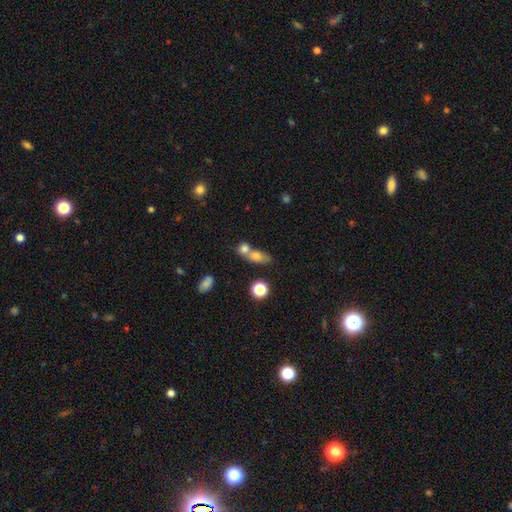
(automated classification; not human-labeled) A smooth galaxy with no disk features (71%) that is in between round and cigar-shaped (56%). Merging: merger (55%).